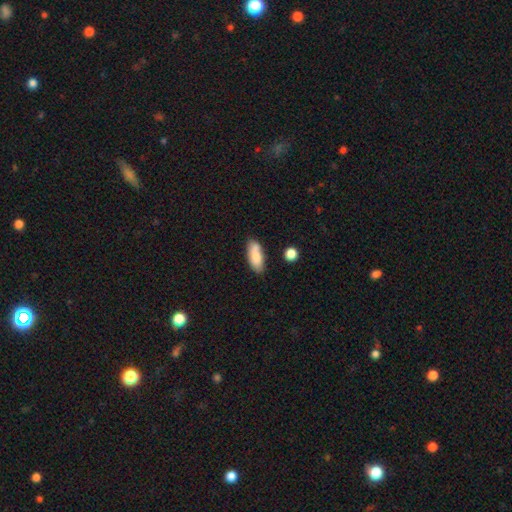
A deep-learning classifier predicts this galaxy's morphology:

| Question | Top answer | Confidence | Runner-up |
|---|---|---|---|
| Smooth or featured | smooth | 81% | featured or disk (12%) |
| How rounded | in between | 76% | cigar-shaped (22%) |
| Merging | none | 65% | minor disturbance (21%) |